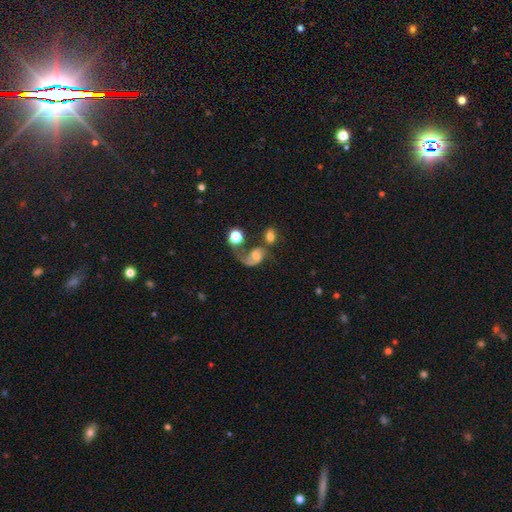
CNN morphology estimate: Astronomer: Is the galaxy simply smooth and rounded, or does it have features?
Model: featured or disk — 62%.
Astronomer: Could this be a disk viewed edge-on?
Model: no — 97%.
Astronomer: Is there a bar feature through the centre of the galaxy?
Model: no — 61%.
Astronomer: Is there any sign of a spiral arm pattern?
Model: yes — 87%.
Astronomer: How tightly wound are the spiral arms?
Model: loose — 65%.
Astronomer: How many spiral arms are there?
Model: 2 — 52% (runner-up: 1, 42%).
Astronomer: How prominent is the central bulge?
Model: moderate — 47% (runner-up: small, 31%).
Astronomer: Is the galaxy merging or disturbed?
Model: merger — 30%, tied with major disturbance at 30%.